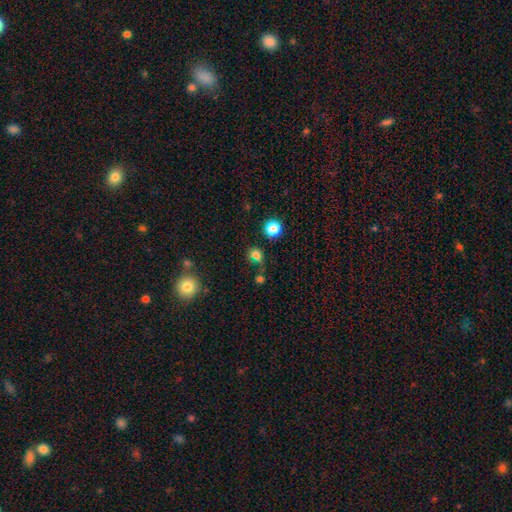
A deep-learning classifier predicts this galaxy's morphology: Overall: smooth (69%). How rounded: round (74%). Merging: none (58%).